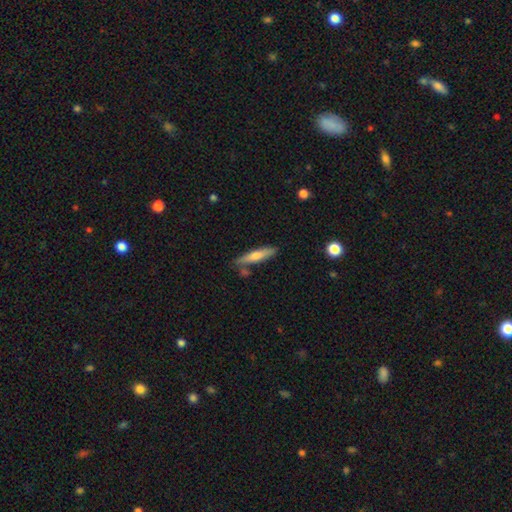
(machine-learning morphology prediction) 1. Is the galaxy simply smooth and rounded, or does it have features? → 55% smooth, 39% featured or disk, 6% star or artifact.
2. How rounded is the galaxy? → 87% cigar-shaped, 11% in between, 2% round.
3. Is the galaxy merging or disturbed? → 78% none, 13% minor disturbance, 7% merger, 3% major disturbance.